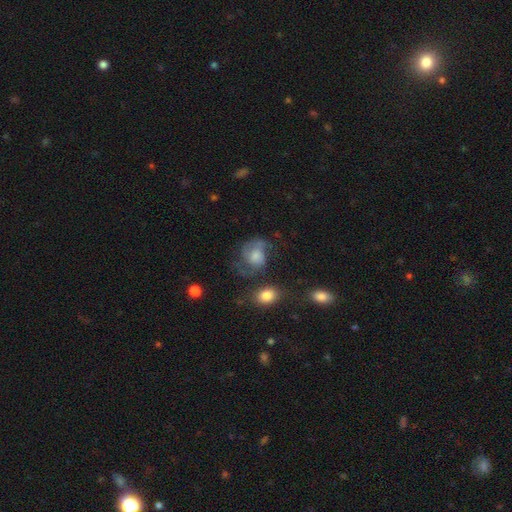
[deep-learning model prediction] smooth-or-featured: featured or disk: 65% | smooth: 25% | star or artifact: 10%
  disk-edge-on: no: 97% | yes: 3%
    bar: no: 72% | weak: 24% | strong: 4%
    has-spiral-arms: yes: 86% | no: 14%
      spiral-winding: medium: 48% | loose: 26% | tight: 26%
      spiral-arm-count: 2: 61% | can't tell: 18% | 1: 9% | 3: 8% | 4: 3% | more than 4: 2%
    bulge-size: moderate: 42% | small: 31% | large: 14% | none: 11% | dominant: 3%
  merging: none: 49% | major disturbance: 23% | minor disturbance: 22% | merger: 6%